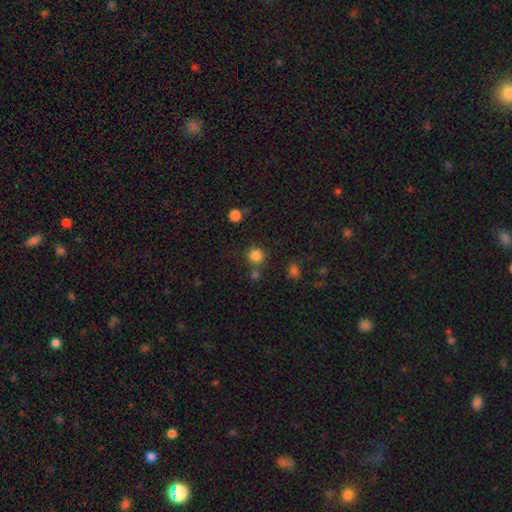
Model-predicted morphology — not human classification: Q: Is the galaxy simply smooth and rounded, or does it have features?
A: smooth — 82%.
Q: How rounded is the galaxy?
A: round — 92%.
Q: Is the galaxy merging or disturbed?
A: none — 74%.